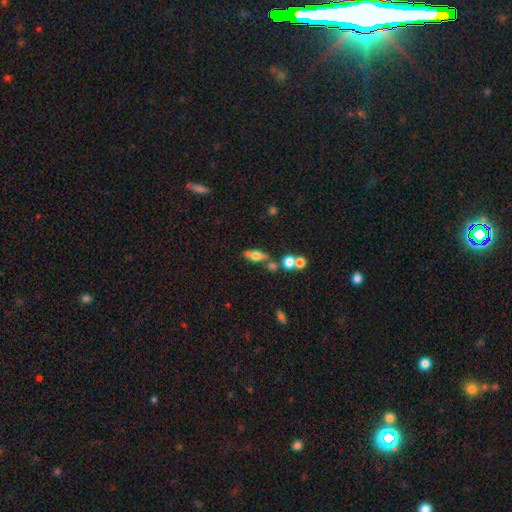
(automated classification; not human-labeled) Morphology: type=smooth (59%); roundness=in between (68%); merging=none (59%).